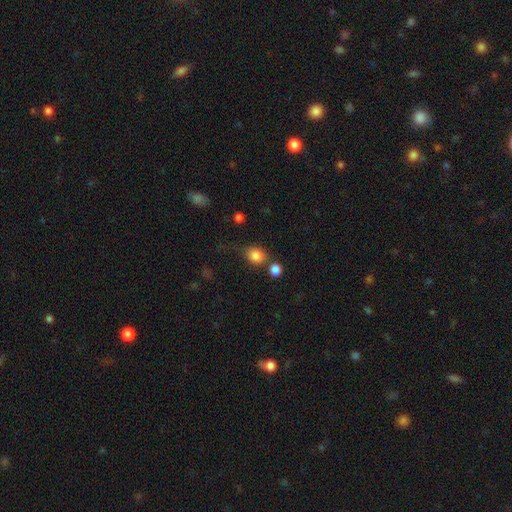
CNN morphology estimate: Smooth or featured? smooth (83%)
How rounded? round (69%)
Merging? none (57%)